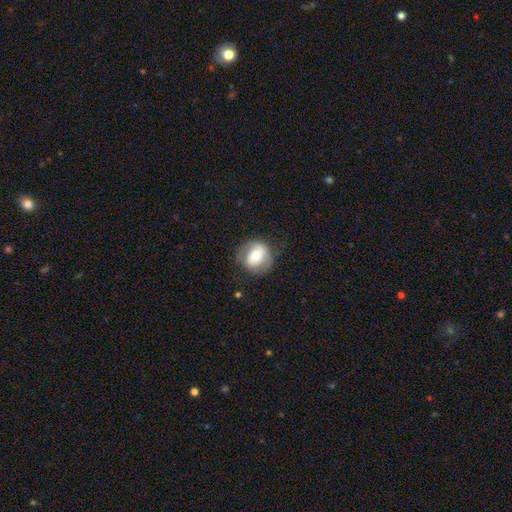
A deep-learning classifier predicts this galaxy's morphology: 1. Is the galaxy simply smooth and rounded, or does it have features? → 49% smooth, 43% featured or disk, 7% star or artifact.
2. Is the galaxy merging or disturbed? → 70% none, 19% minor disturbance, 10% major disturbance, 1% merger.